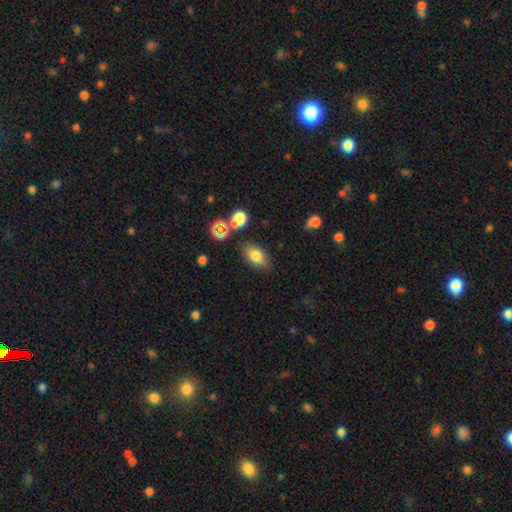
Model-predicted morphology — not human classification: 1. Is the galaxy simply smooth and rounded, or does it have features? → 78% smooth, 12% featured or disk, 11% star or artifact.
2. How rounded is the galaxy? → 88% in between, 10% round, 2% cigar-shaped.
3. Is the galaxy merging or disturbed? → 80% none, 12% minor disturbance, 5% merger, 4% major disturbance.